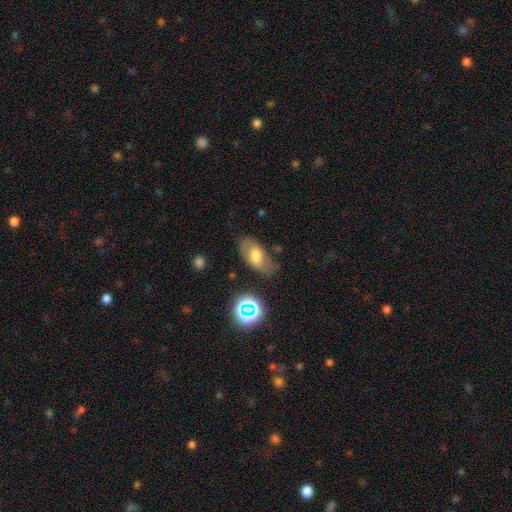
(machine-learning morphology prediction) This is possibly a smooth galaxy (59%). How rounded: clearly in between (90%). Merging: likely none (61%).